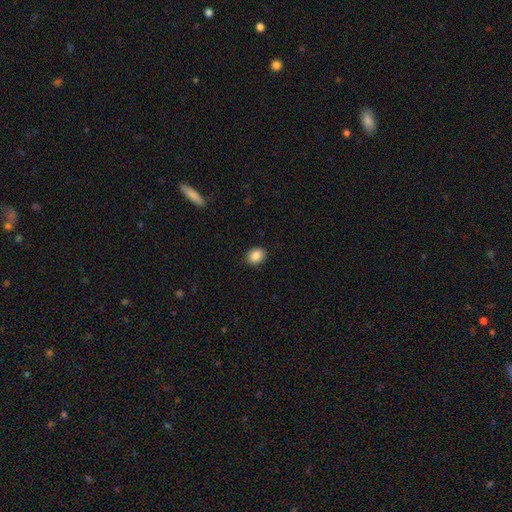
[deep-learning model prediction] Q: Smooth or featured?
A: smooth (88%); runner-up: star or artifact (8%)
Q: How rounded?
A: in between (50%); runner-up: round (49%)
Q: Merging?
A: none (90%); runner-up: minor disturbance (7%)